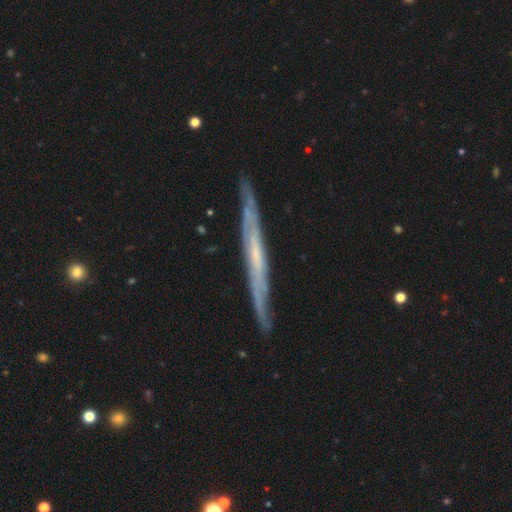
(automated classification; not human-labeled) Smooth or featured?
  - featured or disk: 71% *
  - smooth: 23%
  - star or artifact: 6%
Edge-on disk?
  - yes: 91% *
  - no: 9%
Edge-on bulge?
  - none: 80% *
  - rounded: 14%
  - boxy: 6%
Merging?
  - none: 84% *
  - minor disturbance: 12%
  - major disturbance: 2%
  - merger: 1%